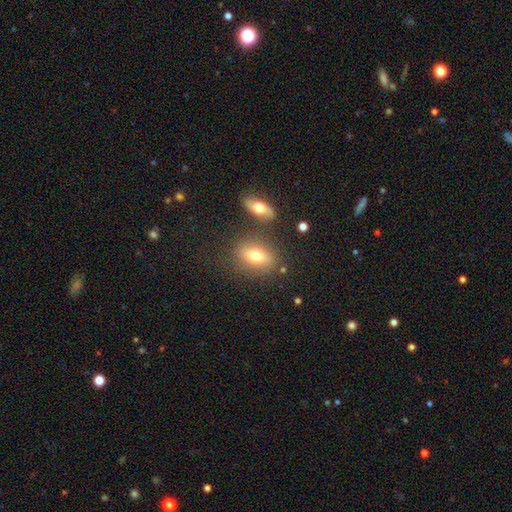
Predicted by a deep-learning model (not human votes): smooth_or_featured: smooth (p=0.72) [alt: featured or disk p=0.18]
how_rounded: in between (p=0.76) [alt: round p=0.20]
merging: none (p=0.74) [alt: minor disturbance p=0.12]